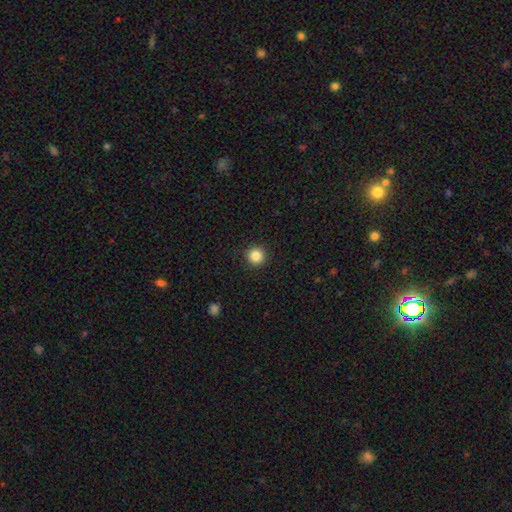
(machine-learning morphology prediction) Q: Smooth or featured?
A: smooth (85%); runner-up: star or artifact (11%)
Q: How rounded?
A: round (96%); runner-up: in between (3%)
Q: Merging?
A: none (93%); runner-up: minor disturbance (4%)